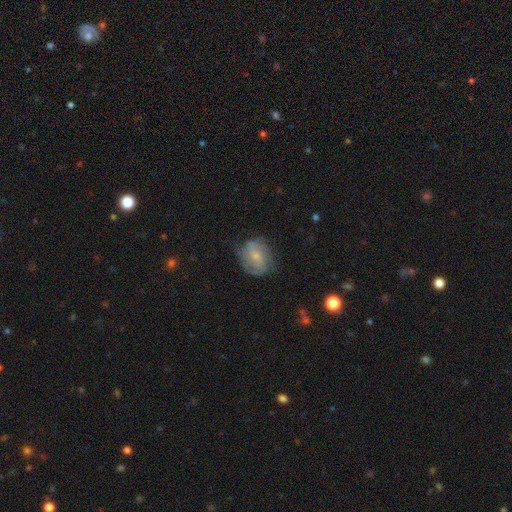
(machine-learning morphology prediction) Smooth or featured: featured or disk — 61% (smooth — 31%)
Edge-on disk: no — 97% (yes — 3%)
Bar: no — 56% (weak — 37%)
Spiral arms: yes — 84% (no — 16%)
Spiral winding: medium — 41% (tight — 40%)
Spiral arm count: 2 — 41% (can't tell — 33%)
Bulge size: small — 63% (moderate — 28%)
Merging: none — 63% (minor disturbance — 24%)